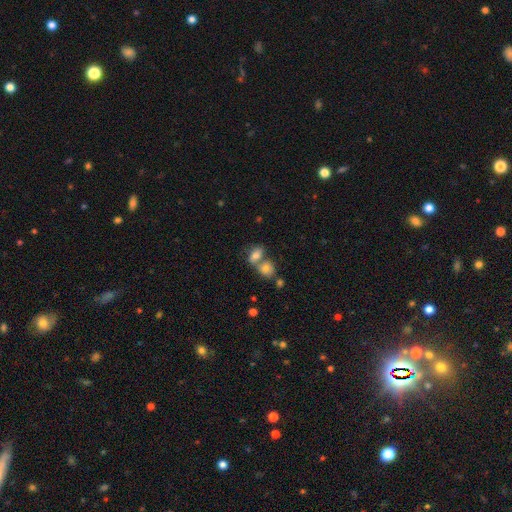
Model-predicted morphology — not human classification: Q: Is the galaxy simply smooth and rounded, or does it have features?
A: smooth — 73%.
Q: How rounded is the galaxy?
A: in between — 75%.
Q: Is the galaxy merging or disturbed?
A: merger — 53%.